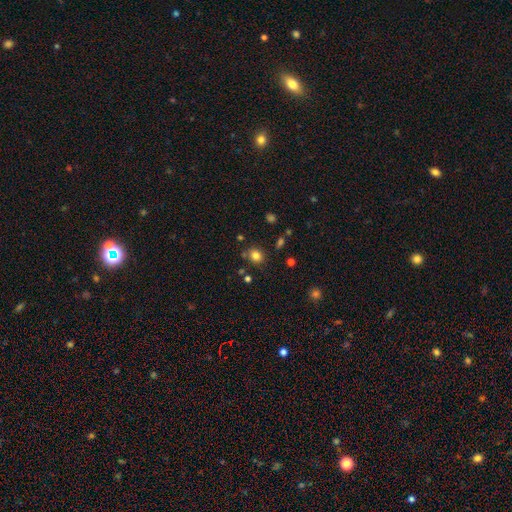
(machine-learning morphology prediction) The model was most divided on "how rounded": round: 70%, in between: 29%, cigar-shaped: 1%. More confident: merging — none (81%); smooth or featured — smooth (80%).